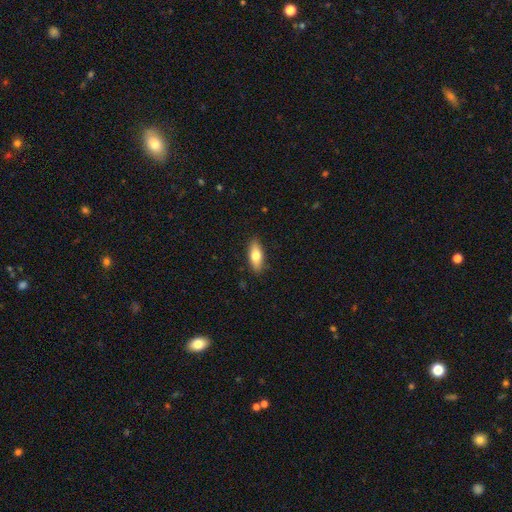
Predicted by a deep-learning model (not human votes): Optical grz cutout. It shows a smooth galaxy with no disk features (74%) that is in between round and cigar-shaped (73%). Merging: none (87%).